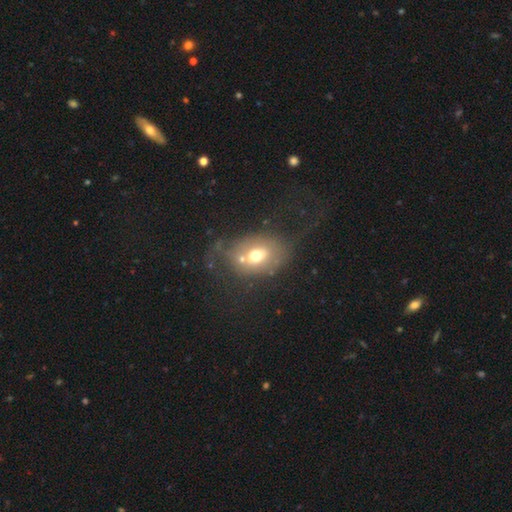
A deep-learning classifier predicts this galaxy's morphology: type=smooth (57%); roundness=in between (65%); merging=none (41%).